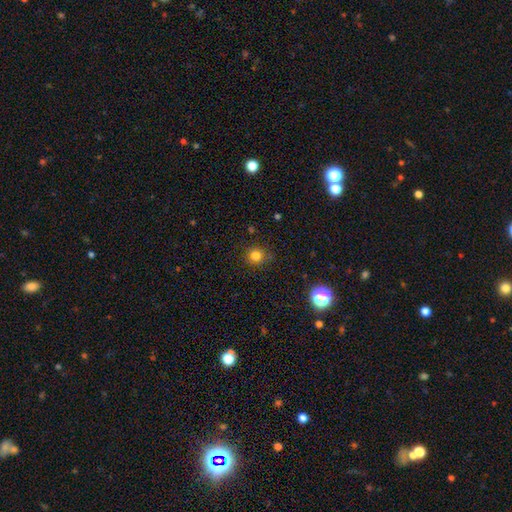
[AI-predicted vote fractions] Morphology: type=smooth (80%); roundness=round (90%); merging=none (86%).